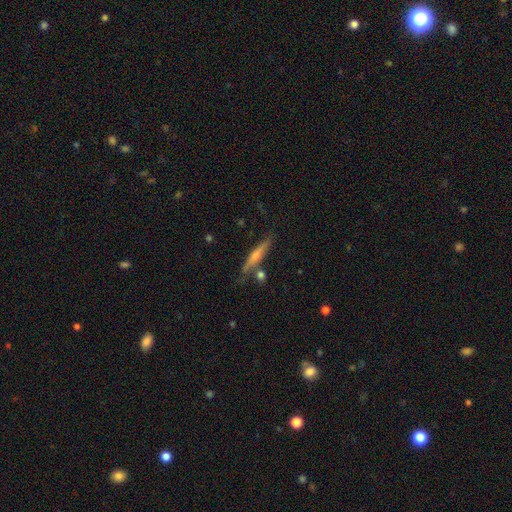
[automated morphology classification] Overall: smooth (49%; featured or disk 45%). Merging: none (74%).